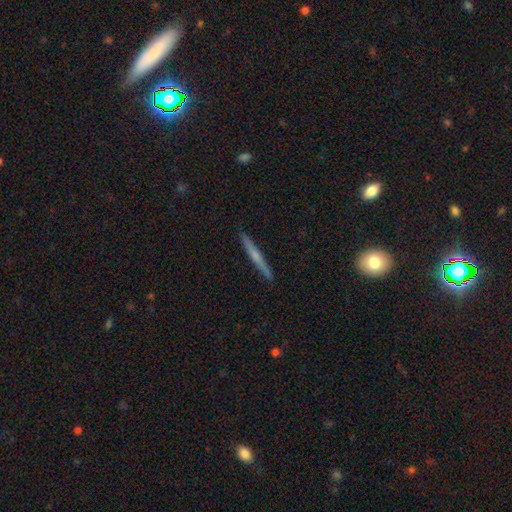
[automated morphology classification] Overall: featured or disk (49%; smooth 44%). Merging: none (90%).